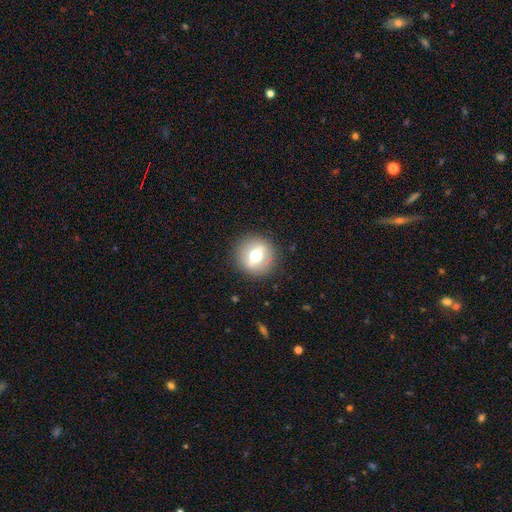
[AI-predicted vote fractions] This appears to be a smooth galaxy with no disk features (46%). Merging: none (88%).